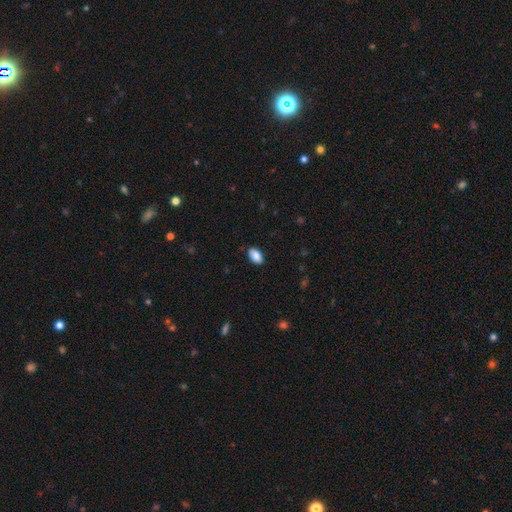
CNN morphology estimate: smooth-or-featured: smooth: 87% | star or artifact: 7% | featured or disk: 6%
  how-rounded: in between: 93% | round: 5% | cigar-shaped: 1%
  merging: none: 87% | minor disturbance: 10% | major disturbance: 2% | merger: 1%